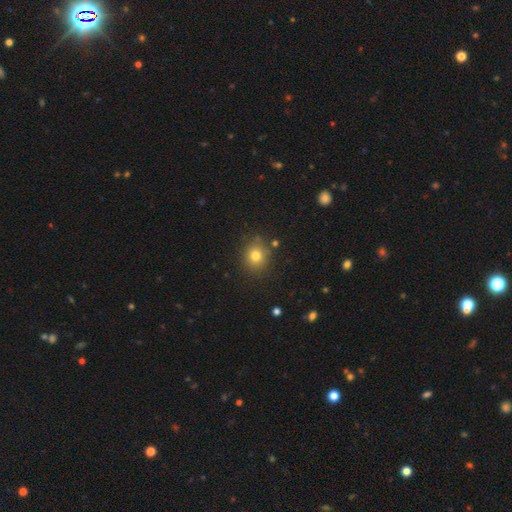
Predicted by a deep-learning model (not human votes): This is likely a smooth galaxy (78%). How rounded: clearly round (81%). Merging: clearly none (83%).